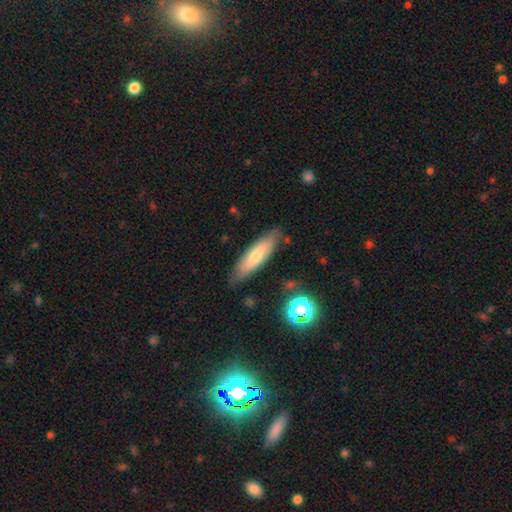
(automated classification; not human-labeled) Smooth or featured: smooth — 63% (featured or disk — 29%)
How rounded: cigar-shaped — 66% (in between — 32%)
Merging: none — 82% (minor disturbance — 13%)